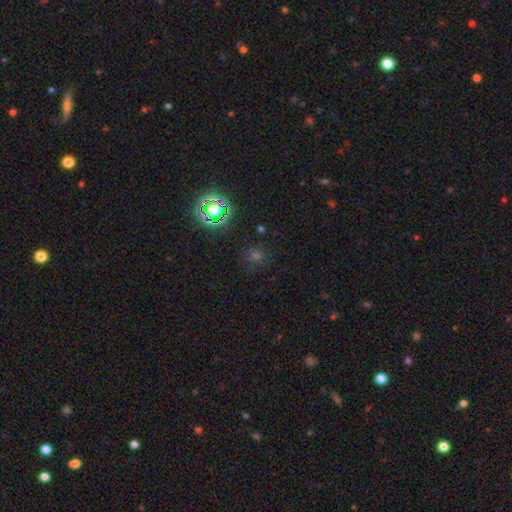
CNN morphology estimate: Smooth or featured? star or artifact (47%)